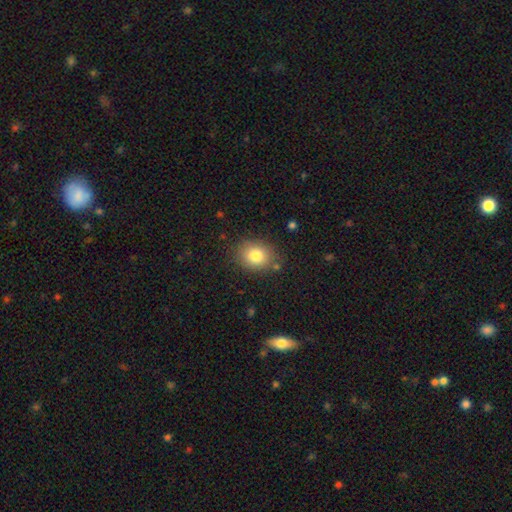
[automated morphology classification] A smooth galaxy with no disk features (81%) that is round (53%). Merging: none (82%).